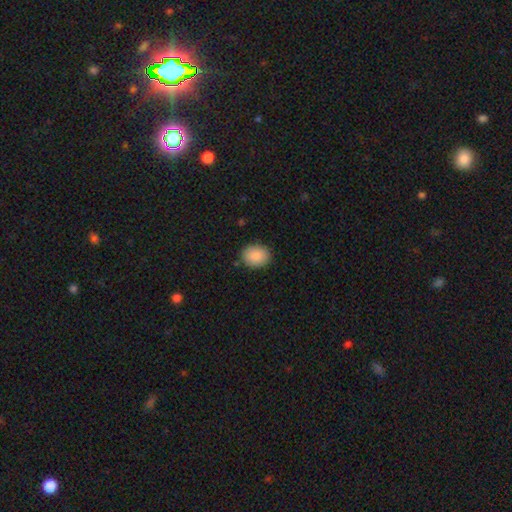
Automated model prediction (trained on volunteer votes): smooth 86%, star or artifact 7%, featured or disk 6%. Down the decision tree: how rounded — in between (50%); merging — none (87%).